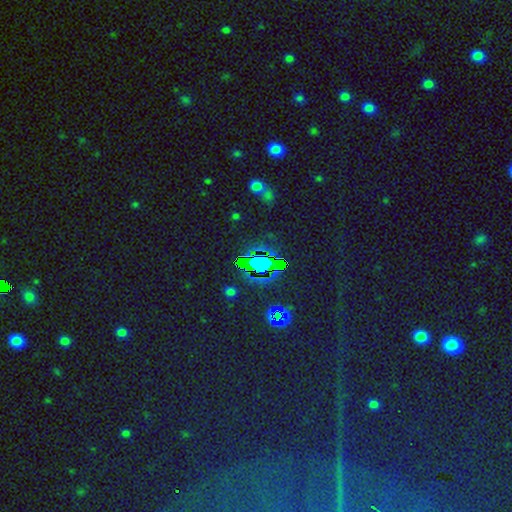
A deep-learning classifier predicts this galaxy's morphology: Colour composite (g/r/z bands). It shows a star or artifact, not a galaxy (77%).